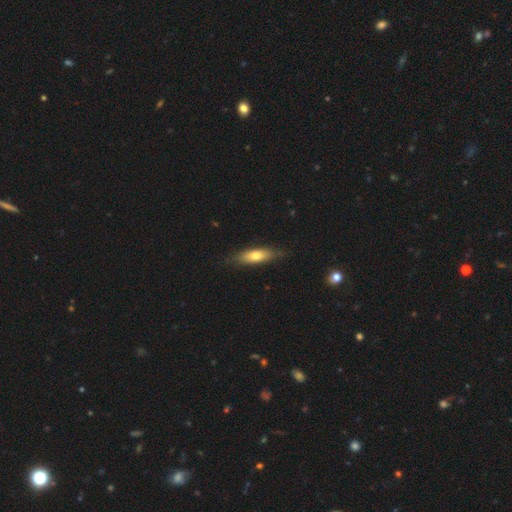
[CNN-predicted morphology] Q: Smooth or featured?
A: smooth (65%); runner-up: featured or disk (29%)
Q: How rounded?
A: cigar-shaped (50%); runner-up: in between (48%)
Q: Merging?
A: none (79%); runner-up: minor disturbance (17%)